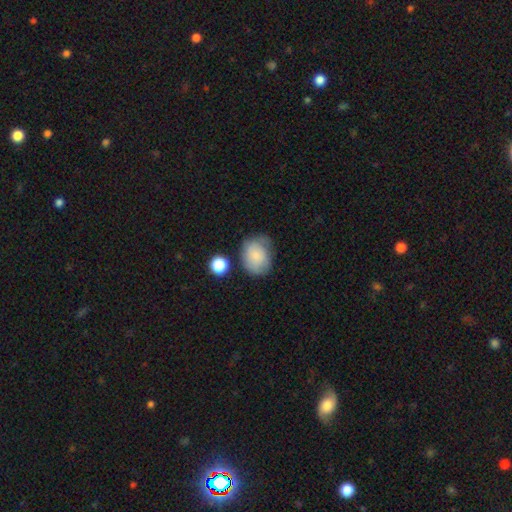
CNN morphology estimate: smooth_or_featured: smooth (p=0.76) [alt: featured or disk p=0.16]
how_rounded: in between (p=0.58) [alt: round p=0.41]
merging: none (p=0.53) [alt: minor disturbance p=0.31]